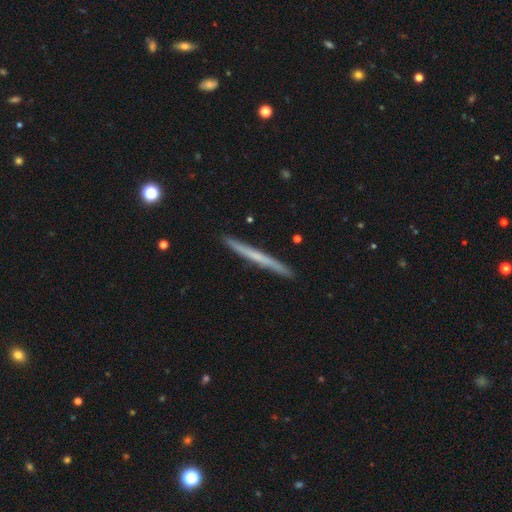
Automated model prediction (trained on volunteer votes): A featured or disk galaxy (52%) viewed edge-on (97%).

Vote fractions:
- Smooth or featured? featured or disk: 52% / smooth: 43% / star or artifact: 6%
- Edge-on disk? yes: 97% / no: 3%
- Merging? none: 91% / minor disturbance: 6% / merger: 1% / major disturbance: 1%